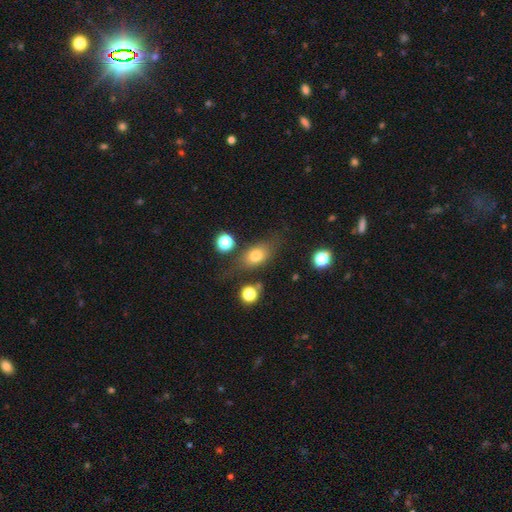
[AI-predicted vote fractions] Smooth or featured?
  - smooth: 72% *
  - featured or disk: 17%
  - star or artifact: 11%
How rounded?
  - in between: 71% *
  - round: 22%
  - cigar-shaped: 7%
Merging?
  - none: 64% *
  - minor disturbance: 19%
  - major disturbance: 10%
  - merger: 7%